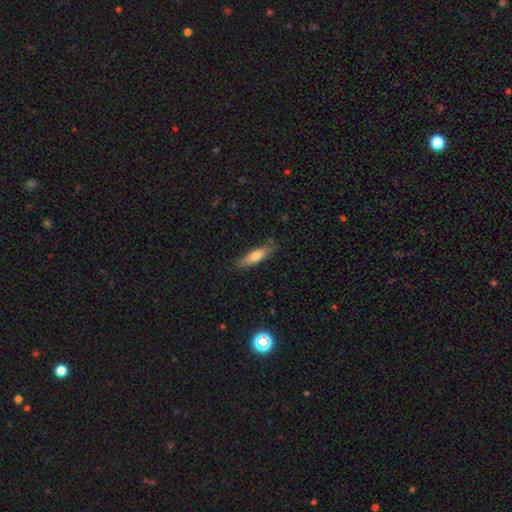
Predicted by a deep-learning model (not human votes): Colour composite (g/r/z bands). It shows a smooth galaxy with no disk features (68%) that is cigar-shaped (63%). Merging: none (78%).